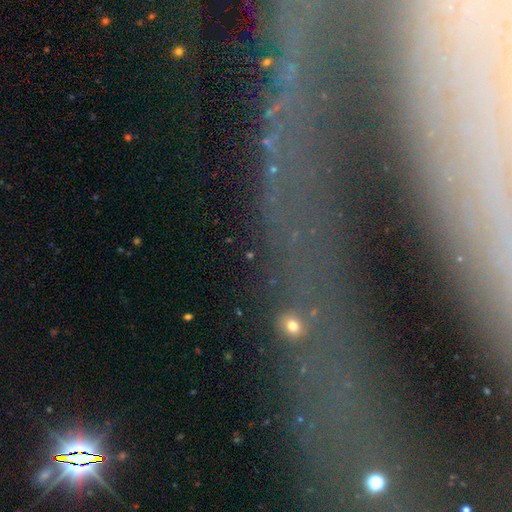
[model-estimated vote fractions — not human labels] This appears to be a featured or disk galaxy (50%). Merging: none (65%).